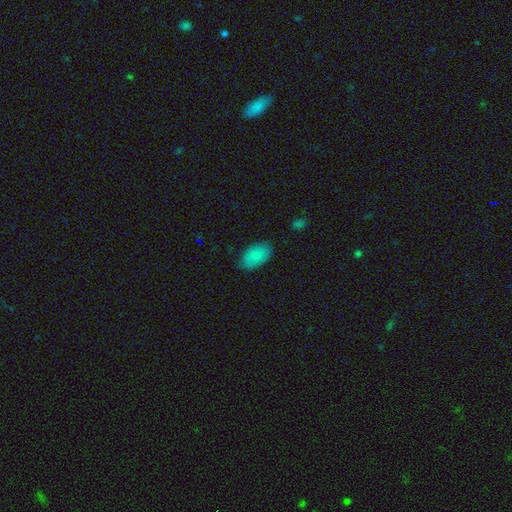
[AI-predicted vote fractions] smooth-or-featured: smooth: 82% | featured or disk: 10% | star or artifact: 7%
  how-rounded: in between: 93% | round: 5% | cigar-shaped: 2%
  merging: none: 80% | minor disturbance: 16% | major disturbance: 3% | merger: 1%